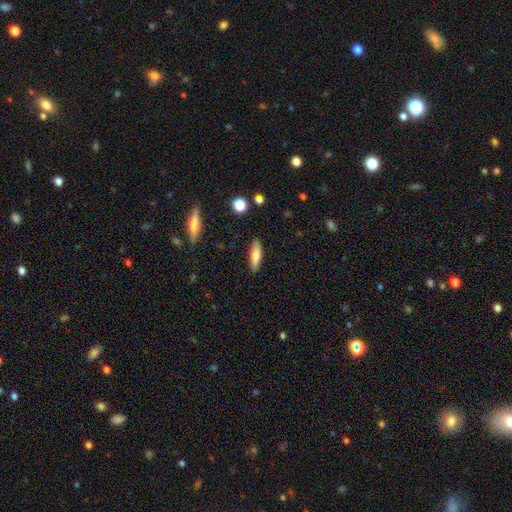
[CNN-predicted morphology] type=smooth (77%); roundness=cigar-shaped (51%); merging=none (87%).